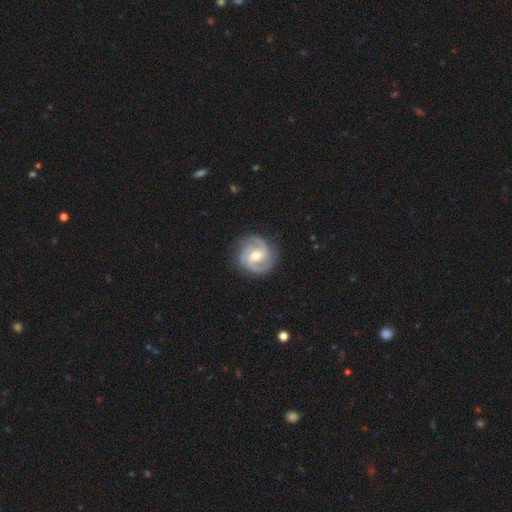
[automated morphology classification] smooth_or_featured: featured or disk (p=0.88) [alt: smooth p=0.07]
disk_edge_on: no (p=0.98) [alt: yes p=0.02]
bar: weak (p=0.46) [alt: no p=0.39]
has_spiral_arms: yes (p=0.97) [alt: no p=0.03]
spiral_winding: medium (p=0.48) [alt: tight p=0.41]
spiral_arm_count: 2 (p=0.57) [alt: 3 p=0.27]
bulge_size: moderate (p=0.70) [alt: small p=0.25]
merging: none (p=0.83) [alt: minor disturbance p=0.12]